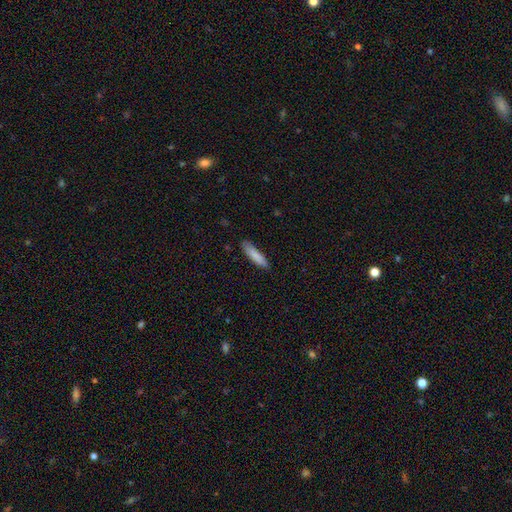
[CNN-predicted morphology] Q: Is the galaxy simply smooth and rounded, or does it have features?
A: smooth — 84%.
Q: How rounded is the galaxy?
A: cigar-shaped — 73%.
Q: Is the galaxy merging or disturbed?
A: none — 78%.